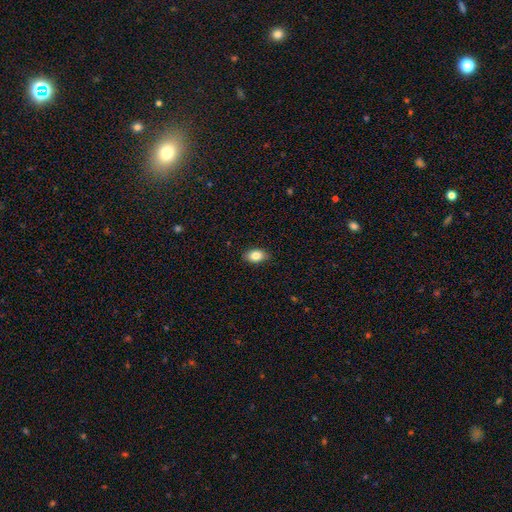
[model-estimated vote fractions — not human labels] Smooth or featured? Predicted: smooth (p=0.84). How rounded? Predicted: in between (p=0.88). Merging? Predicted: none (p=0.87).